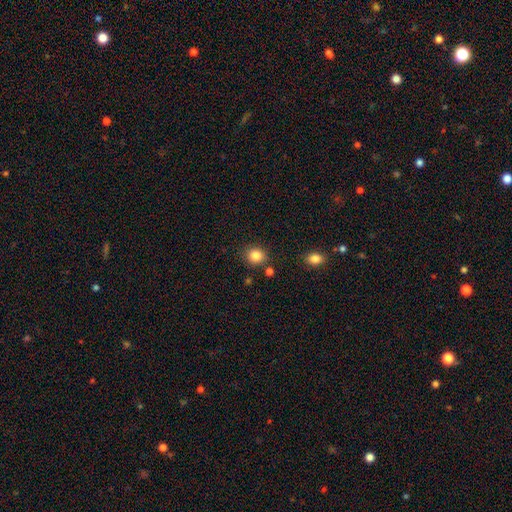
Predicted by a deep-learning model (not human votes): This appears to be a smooth galaxy with no disk features (85%) that is round (76%). Merging: none (83%).